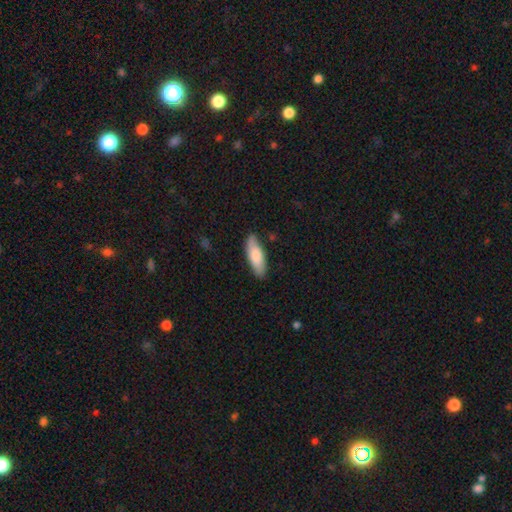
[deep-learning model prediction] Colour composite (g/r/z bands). It shows a smooth galaxy with no disk features (79%) that is in between round and cigar-shaped (61%). Merging: none (82%).